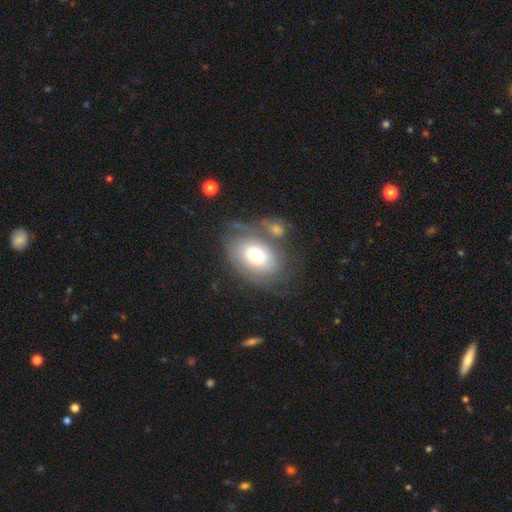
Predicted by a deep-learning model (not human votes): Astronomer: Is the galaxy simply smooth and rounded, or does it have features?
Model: smooth — 50% (runner-up: featured or disk, 43%).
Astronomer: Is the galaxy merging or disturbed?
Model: none — 50%.